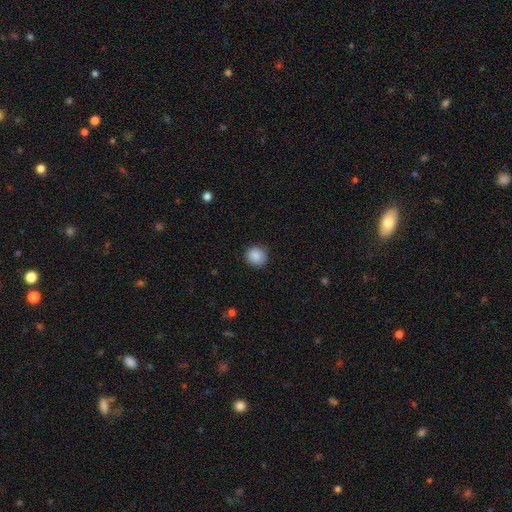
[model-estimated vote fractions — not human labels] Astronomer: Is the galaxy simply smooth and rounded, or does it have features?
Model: smooth — 88%.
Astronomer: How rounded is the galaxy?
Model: round — 88%.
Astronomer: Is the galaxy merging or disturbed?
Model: none — 89%.